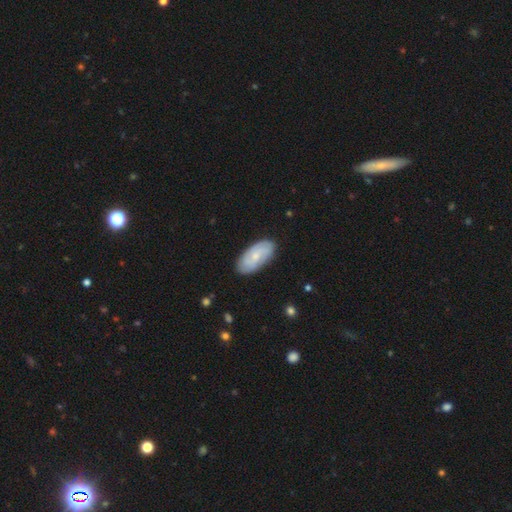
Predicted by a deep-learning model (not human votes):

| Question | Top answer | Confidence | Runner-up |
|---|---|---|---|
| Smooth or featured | featured or disk | 48% | smooth (46%) |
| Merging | none | 83% | minor disturbance (13%) |